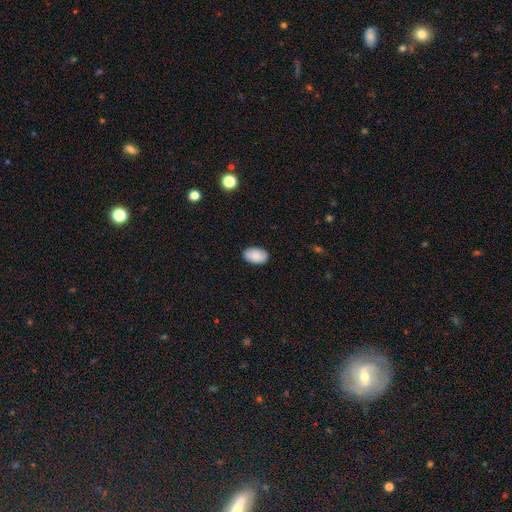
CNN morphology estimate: The model was most divided on "merging": none: 87%, minor disturbance: 10%, major disturbance: 2%, merger: 1%. More confident: how rounded — in between (90%); smooth or featured — smooth (88%).